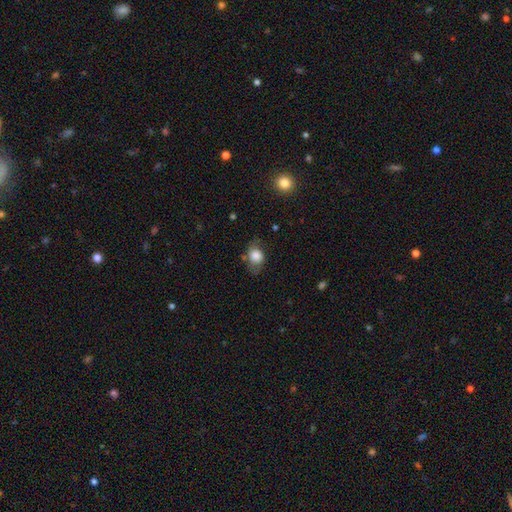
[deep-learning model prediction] A smooth galaxy with no disk features (76%) that is in between round and cigar-shaped (58%). Merging: none (54%).